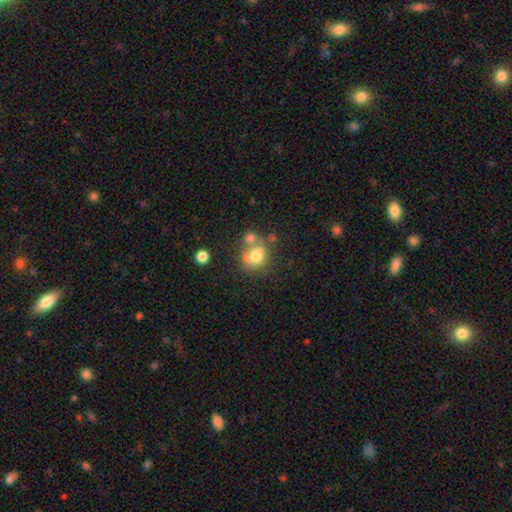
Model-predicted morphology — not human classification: smooth 72%, featured or disk 17%, star or artifact 10%. Down the decision tree: how rounded — round (67%); merging — none (43%).